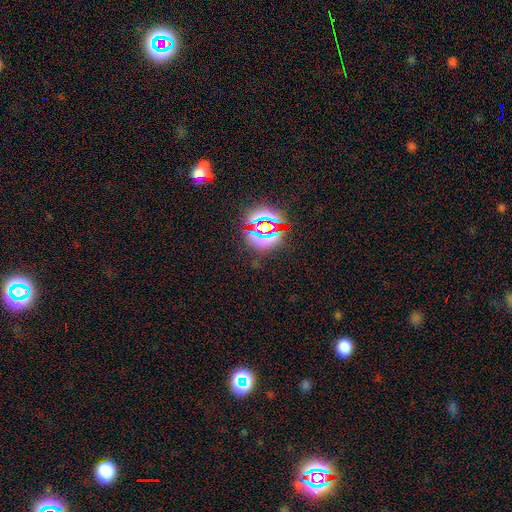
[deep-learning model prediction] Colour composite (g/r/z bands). It shows a star or artifact, not a galaxy (79%).